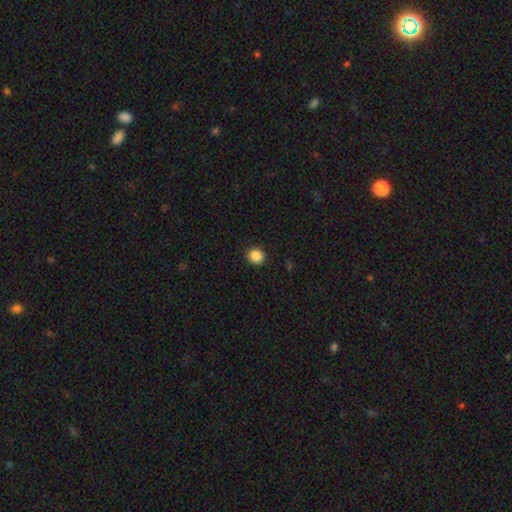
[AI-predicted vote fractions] smooth 88%, star or artifact 10%, featured or disk 3%. Down the decision tree: how rounded — round (88%); merging — none (91%).